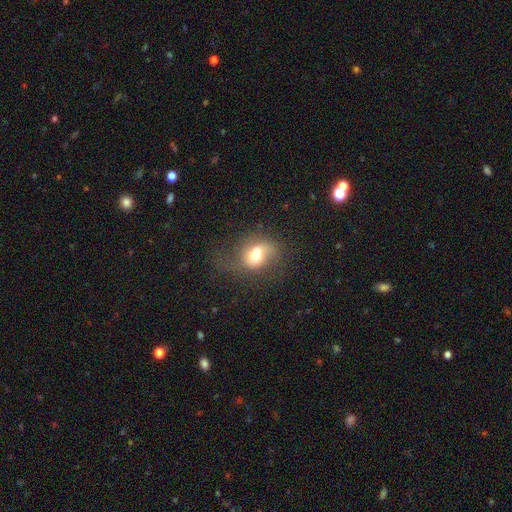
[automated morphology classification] The model was most divided on "merging": none: 32%, merger: 27%, minor disturbance: 21%, major disturbance: 20%. More confident: smooth or featured — smooth (56%); how rounded — round (52%).